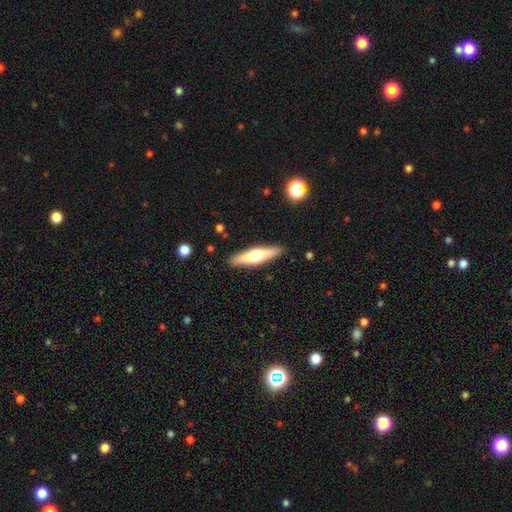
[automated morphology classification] smooth 47% (tied), featured or disk 47% (tied), star or artifact 5%. Down the decision tree: merging — none (90%).